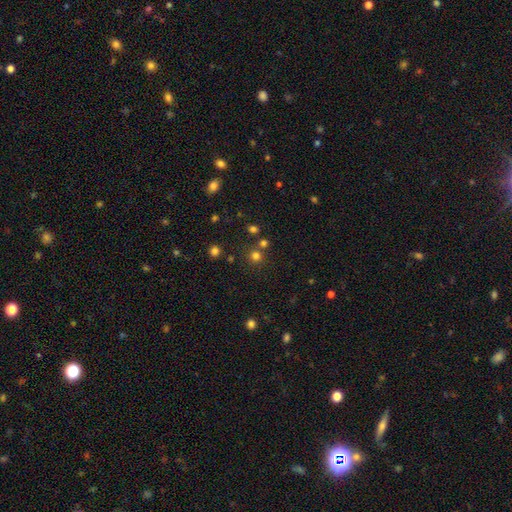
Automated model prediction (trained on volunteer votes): Smooth or featured? Predicted: smooth (p=0.72). How rounded? Predicted: round (p=0.92). Merging? Predicted: none (p=0.76).